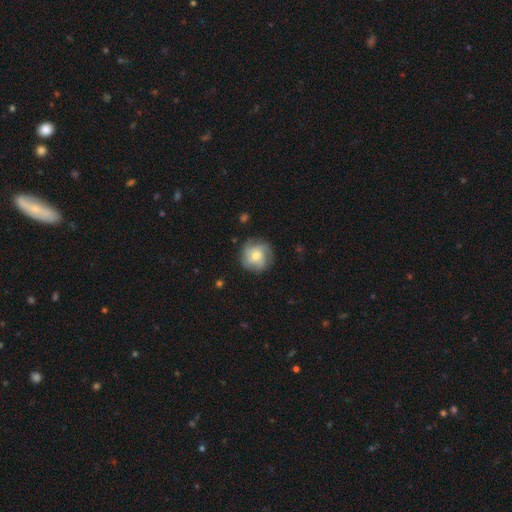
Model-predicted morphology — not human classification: smooth-or-featured: featured or disk: 56% | smooth: 36% | star or artifact: 8%
  disk-edge-on: no: 97% | yes: 3%
    bar: no: 75% | weak: 22% | strong: 3%
    has-spiral-arms: yes: 89% | no: 11%
    bulge-size: moderate: 58% | small: 30% | large: 9% | none: 2% | dominant: 1%
  merging: none: 78% | minor disturbance: 15% | major disturbance: 6% | merger: 1%